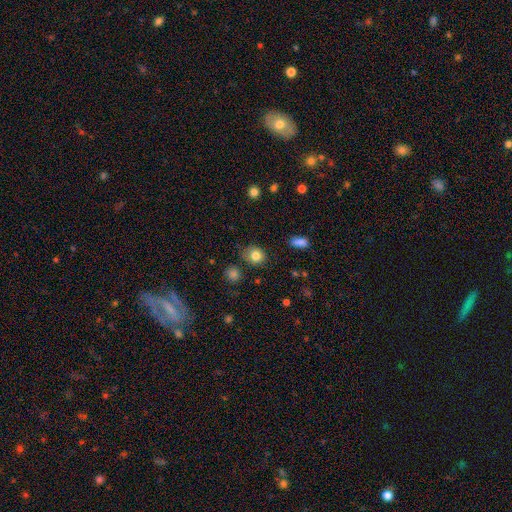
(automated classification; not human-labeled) Overall: smooth (82%). How rounded: round (74%). Merging: none (76%).